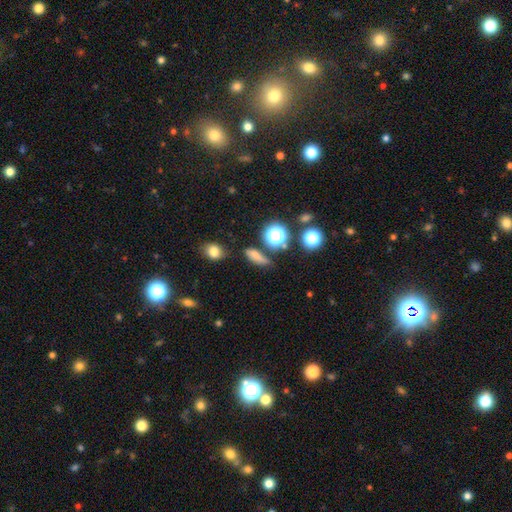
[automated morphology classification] Smooth or featured: smooth — 66% (star or artifact — 21%)
How rounded: in between — 42% (cigar-shaped — 39%)
Merging: none — 73% (minor disturbance — 15%)